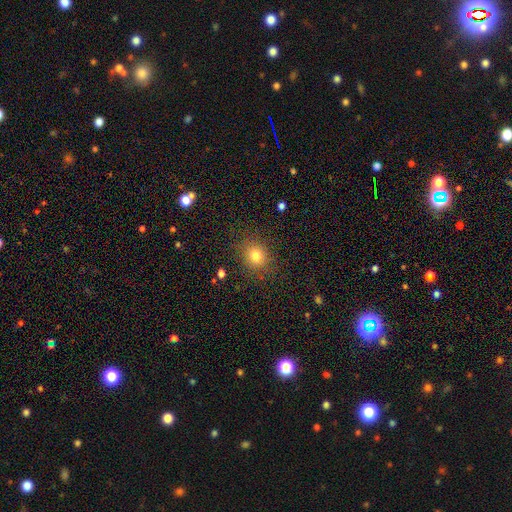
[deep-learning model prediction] The model was most divided on "how rounded": round: 77%, in between: 22%, cigar-shaped: 1%. More confident: merging — none (86%); smooth or featured — smooth (79%).